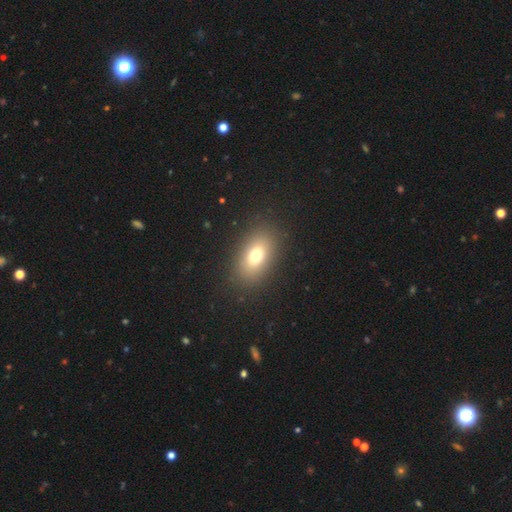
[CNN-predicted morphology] Smooth or featured? smooth (74%)
How rounded? in between (85%)
Merging? none (87%)